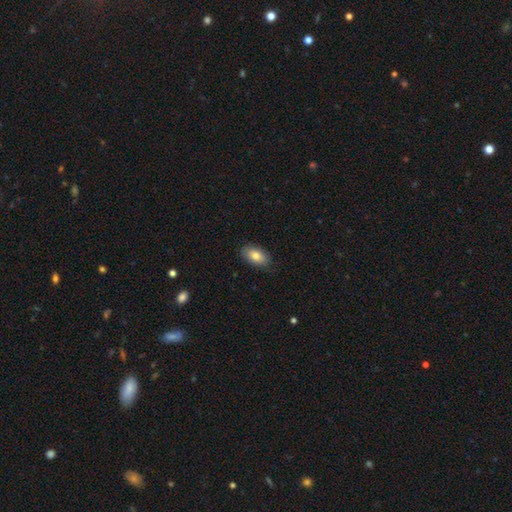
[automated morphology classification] Smooth or featured: smooth — 80% (featured or disk — 13%)
How rounded: in between — 92% (round — 5%)
Merging: none — 85% (minor disturbance — 12%)